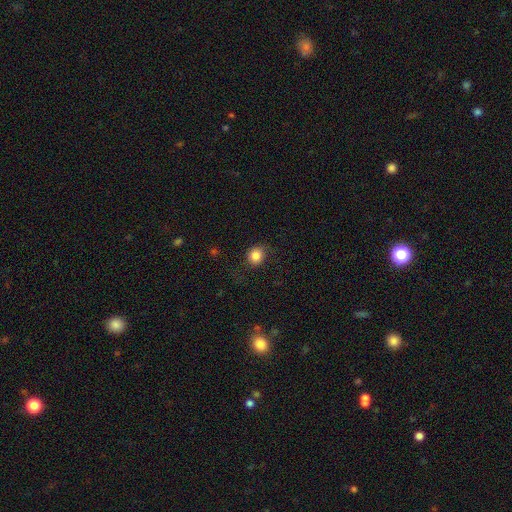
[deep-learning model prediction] Morphology: type=smooth (83%); roundness=round (80%); merging=none (77%).